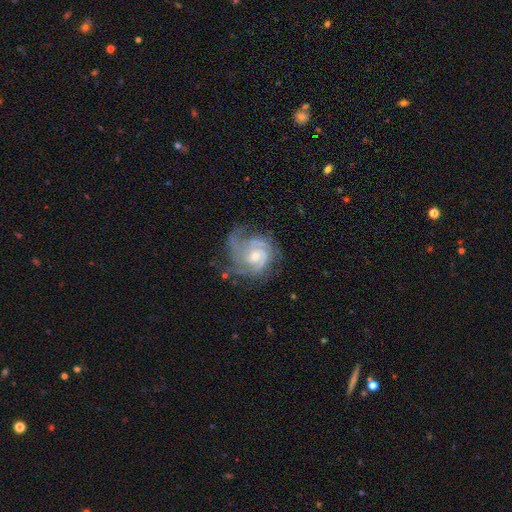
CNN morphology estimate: Overall: featured or disk (88%). Edge-on disk: no (98%). Bar: no (62%; weak 33%). Spiral arms: yes (97%). Spiral arm count: 3 (35%; 2 26%). Spiral winding: tight (58%; medium 35%). Bulge size: moderate (55%; small 34%). Merging: none (59%; minor disturbance 23%).